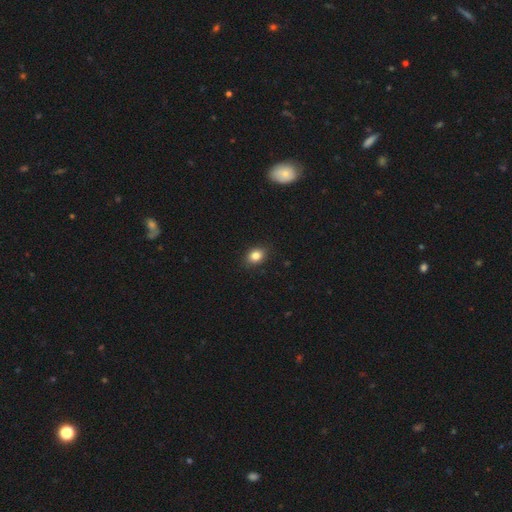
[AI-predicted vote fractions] Smooth or featured?
  - smooth: 84% *
  - star or artifact: 10%
  - featured or disk: 6%
How rounded?
  - in between: 53% *
  - round: 46%
  - cigar-shaped: 1%
Merging?
  - none: 87% *
  - minor disturbance: 10%
  - major disturbance: 2%
  - merger: 1%